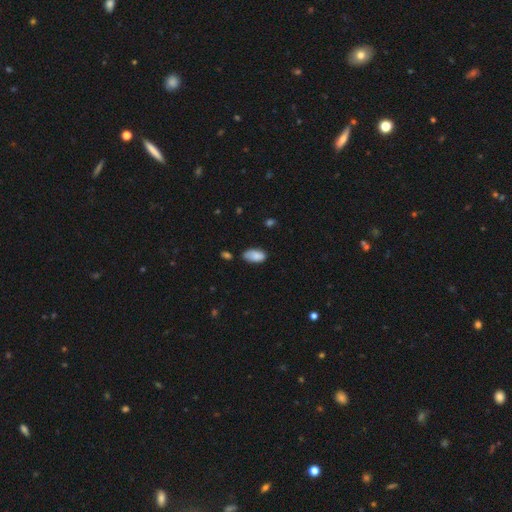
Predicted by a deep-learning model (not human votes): This is clearly a smooth galaxy (84%). How rounded: clearly in between (94%). Merging: possibly none (57%).